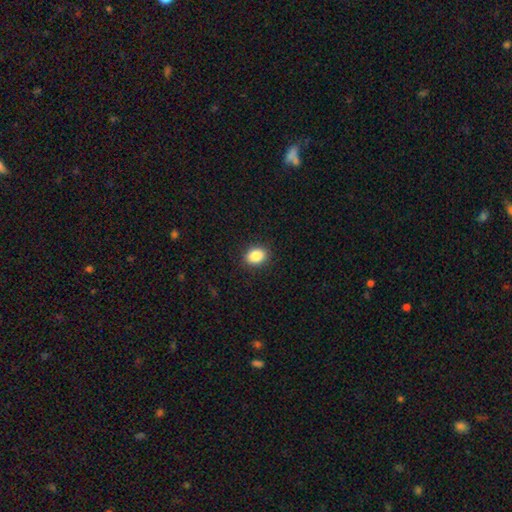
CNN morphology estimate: A smooth galaxy with no disk features (87%) that is in between round and cigar-shaped (58%). Merging: none (90%).